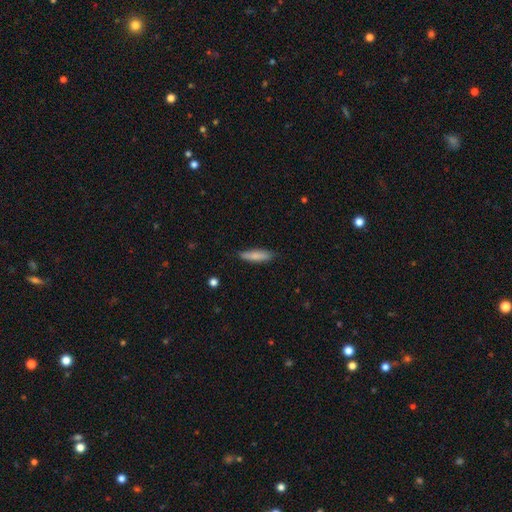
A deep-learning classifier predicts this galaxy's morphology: A smooth galaxy with no disk features (81%) that is cigar-shaped (65%).

Vote fractions:
- Smooth or featured? smooth: 81% / featured or disk: 12% / star or artifact: 6%
- How rounded? cigar-shaped: 65% / in between: 34% / round: 2%
- Merging? none: 81% / minor disturbance: 15% / major disturbance: 3% / merger: 1%